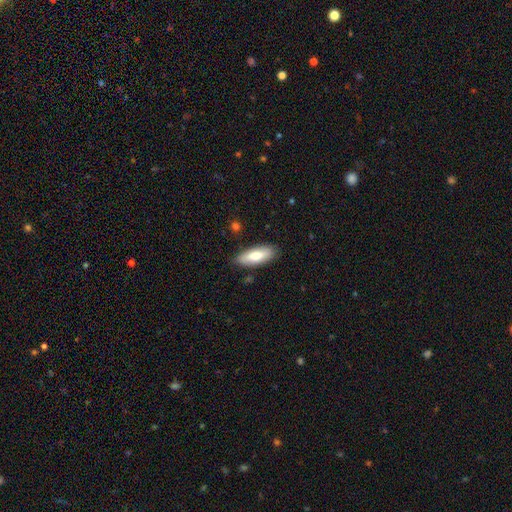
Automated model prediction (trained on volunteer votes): A smooth galaxy with no disk features (73%) that is in between round and cigar-shaped (69%).

Vote fractions:
- Smooth or featured? smooth: 73% / featured or disk: 21% / star or artifact: 6%
- How rounded? in between: 69% / cigar-shaped: 29% / round: 2%
- Merging? none: 84% / minor disturbance: 12% / major disturbance: 2% / merger: 1%